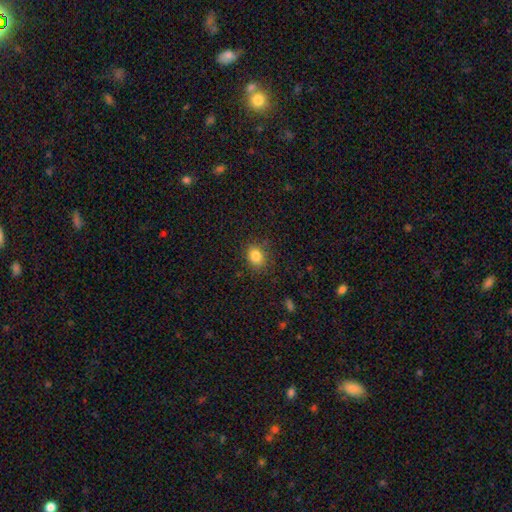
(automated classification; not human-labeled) This appears to be a smooth galaxy with no disk features (83%) that is round (50%). Merging: none (83%).